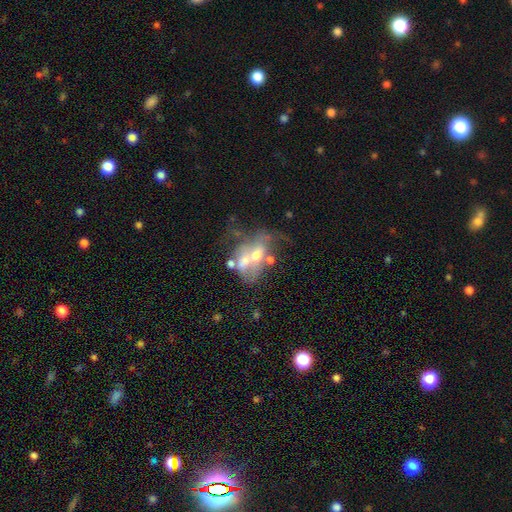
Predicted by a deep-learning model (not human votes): Smooth or featured? featured or disk (60%)
Edge-on disk? no (95%)
Bar? no (79%)
Spiral arms? no (82%)
Bulge size? moderate (54%)
Merging? merger (49%)